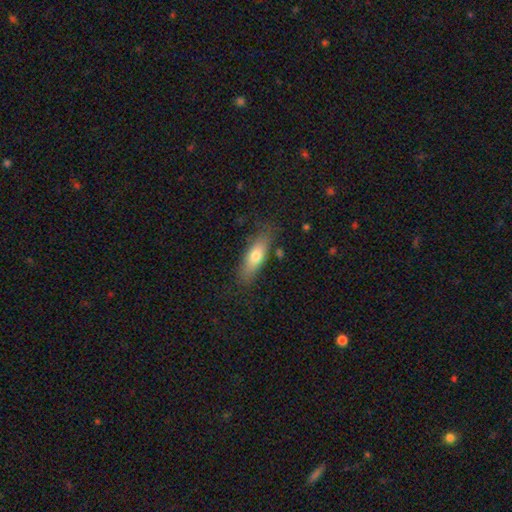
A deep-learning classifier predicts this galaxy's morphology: The model was most divided on "how rounded": in between: 59%, cigar-shaped: 38%, round: 3%. More confident: merging — none (77%); smooth or featured — smooth (70%).